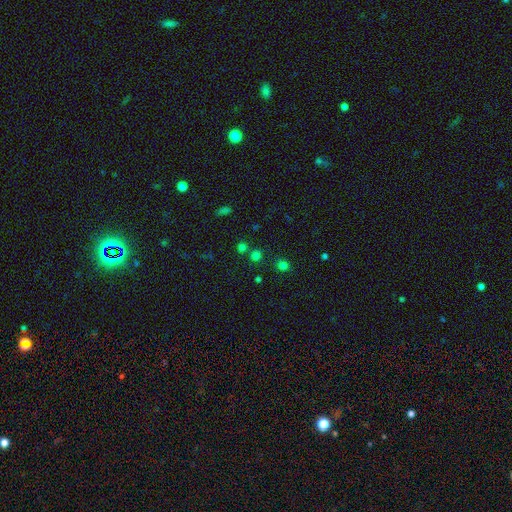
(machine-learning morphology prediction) Overall: smooth (66%; star or artifact 28%). How rounded: round (86%). Merging: none (74%).